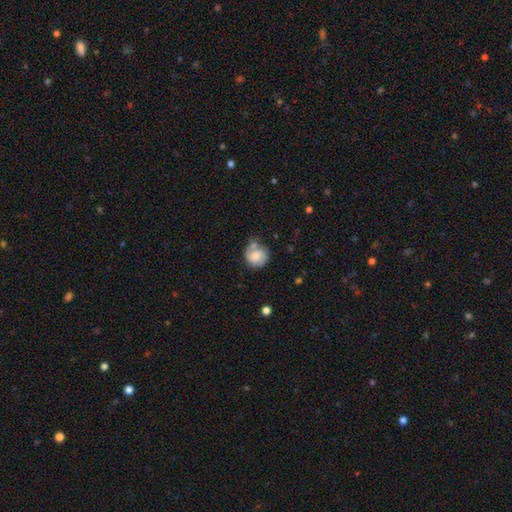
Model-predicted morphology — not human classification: Overall: smooth (53%; featured or disk 39%). How rounded: round (82%). Merging: none (52%; minor disturbance 23%).